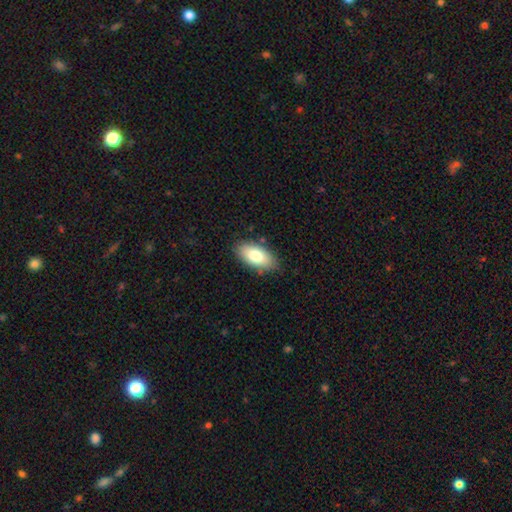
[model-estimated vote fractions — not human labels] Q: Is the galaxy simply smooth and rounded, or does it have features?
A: smooth — 79%.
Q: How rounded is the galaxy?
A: in between — 92%.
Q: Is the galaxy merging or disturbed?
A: none — 83%.